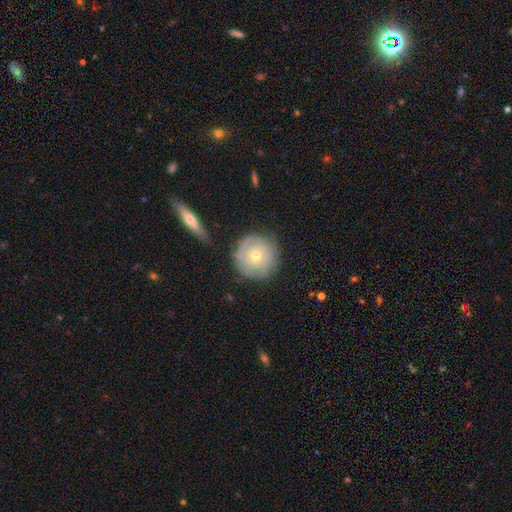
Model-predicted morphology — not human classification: Q: Smooth or featured?
A: featured or disk (53%); runner-up: smooth (40%)
Q: Edge-on disk?
A: no (94%); runner-up: yes (6%)
Q: Merging?
A: none (79%); runner-up: minor disturbance (15%)